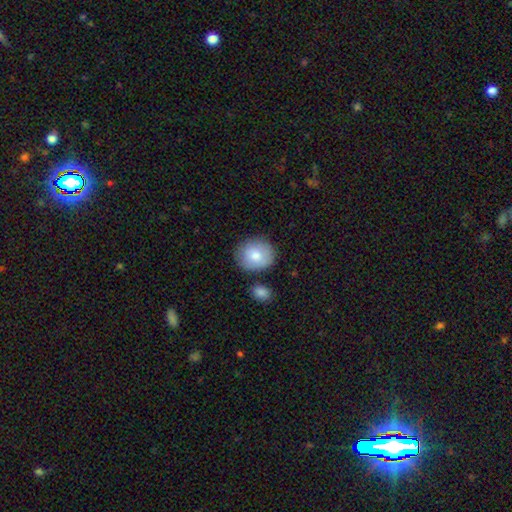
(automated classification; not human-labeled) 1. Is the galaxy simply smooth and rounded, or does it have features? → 79% smooth, 14% featured or disk, 7% star or artifact.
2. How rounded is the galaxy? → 76% round, 23% in between, 1% cigar-shaped.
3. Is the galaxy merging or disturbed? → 75% none, 14% minor disturbance, 7% merger, 3% major disturbance.